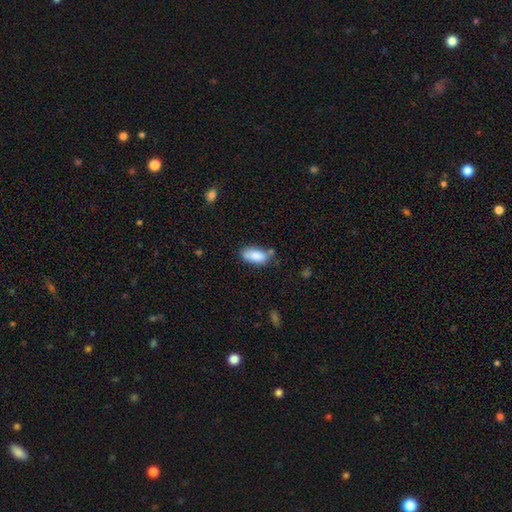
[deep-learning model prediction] Morphology: type=smooth (84%); roundness=in between (89%); merging=none (61%).